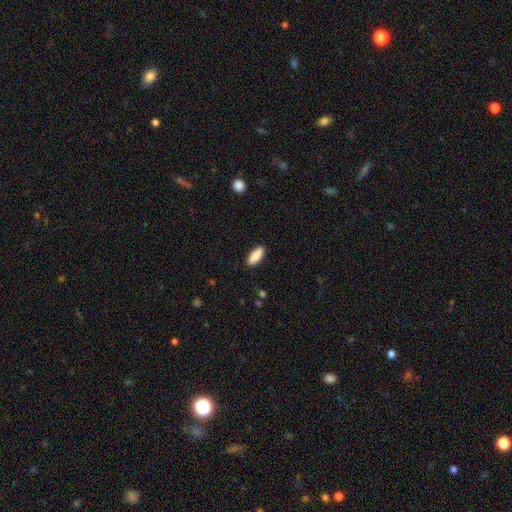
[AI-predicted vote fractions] A smooth galaxy with no disk features (88%) that is in between round and cigar-shaped (71%).

Vote fractions:
- Smooth or featured? smooth: 88% / featured or disk: 6% / star or artifact: 6%
- How rounded? in between: 71% / cigar-shaped: 27% / round: 2%
- Merging? none: 89% / minor disturbance: 8% / major disturbance: 2% / merger: 1%